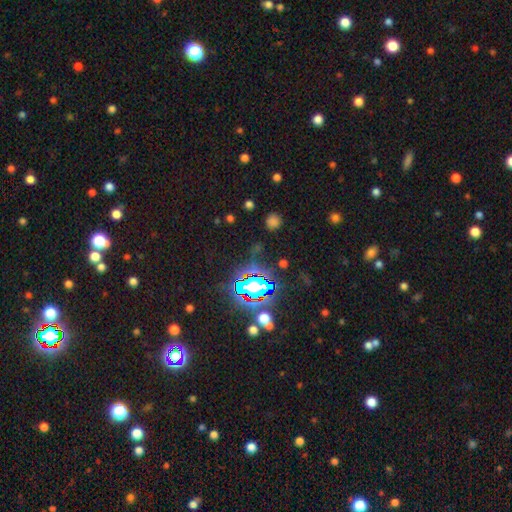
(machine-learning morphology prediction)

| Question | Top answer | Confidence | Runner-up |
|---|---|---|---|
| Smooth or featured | star or artifact | 80% | smooth (12%) |